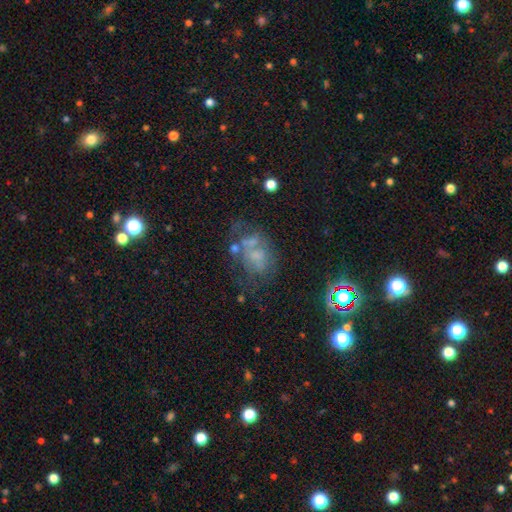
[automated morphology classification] Smooth or featured: featured or disk — 49% (smooth — 30%)
Merging: none — 38% (major disturbance — 25%)